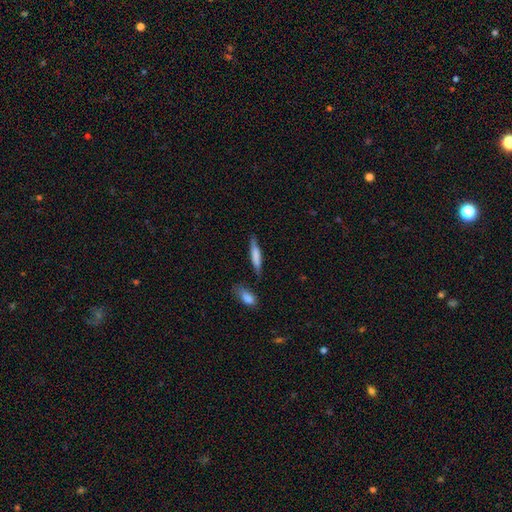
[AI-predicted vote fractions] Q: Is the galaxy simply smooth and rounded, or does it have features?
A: smooth — 71%.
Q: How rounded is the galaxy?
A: cigar-shaped — 85%.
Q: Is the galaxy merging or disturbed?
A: none — 74%.